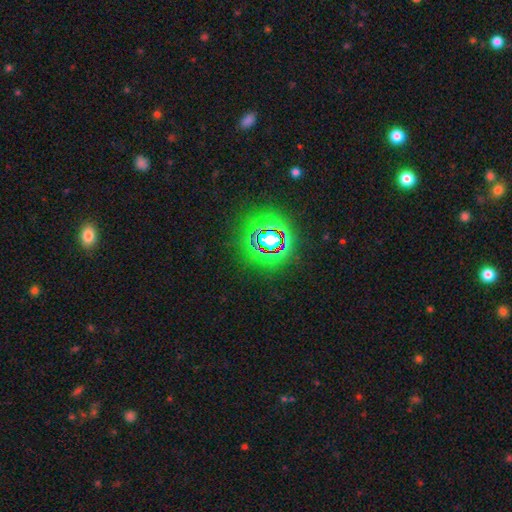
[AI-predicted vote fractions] star or artifact 81%, smooth 12%, featured or disk 8%.